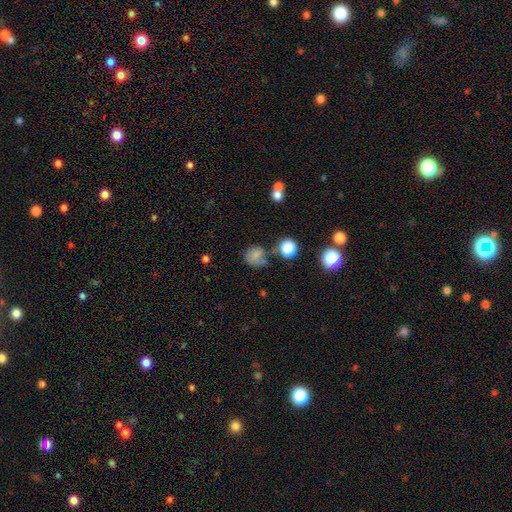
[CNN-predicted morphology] type=smooth (74%); roundness=round (75%); merging=none (49%).